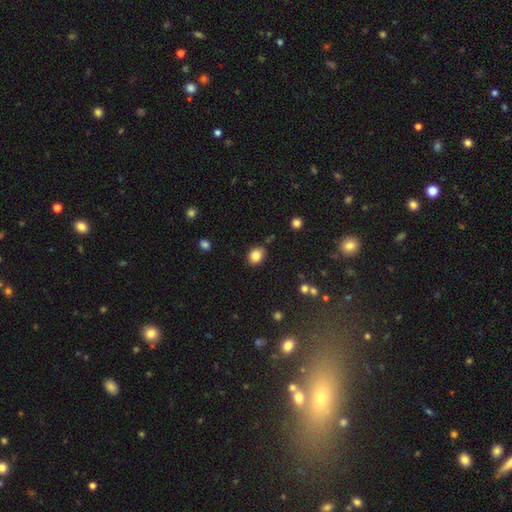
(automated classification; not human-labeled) Smooth or featured: smooth — 84% (star or artifact — 10%)
How rounded: round — 52% (in between — 47%)
Merging: none — 82% (minor disturbance — 13%)